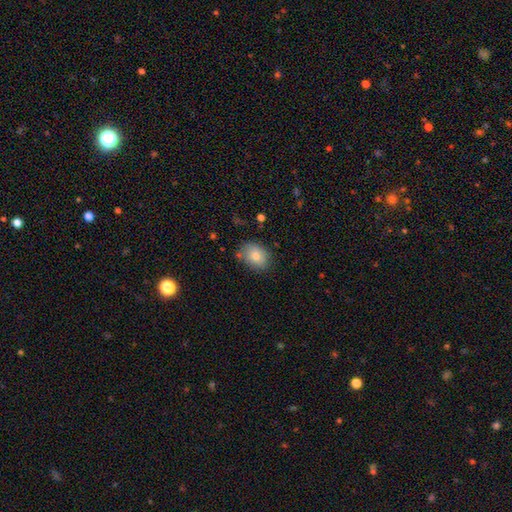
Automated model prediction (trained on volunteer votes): Morphology: type=smooth (78%); roundness=in between (65%); merging=none (77%).